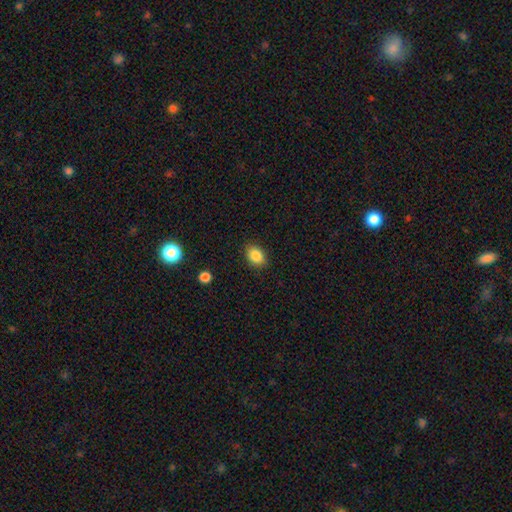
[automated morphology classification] Smooth or featured? smooth (86%)
How rounded? in between (74%)
Merging? none (87%)